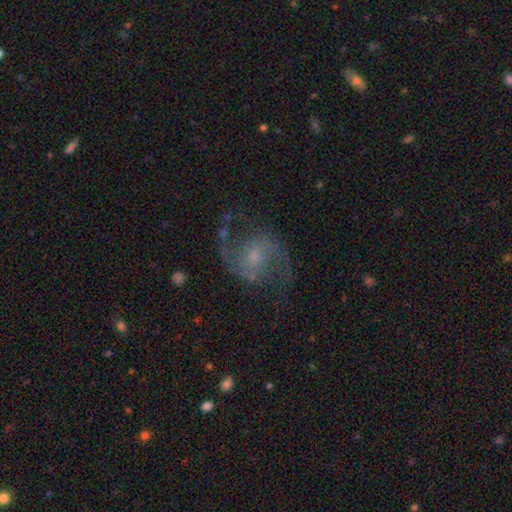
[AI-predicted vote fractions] This appears to be a featured or disk galaxy (87%) with no bar (53%), 2 (94%) medium (52%) spiral arms (97%) and a small central bulge (55%). Merging: none (75%).